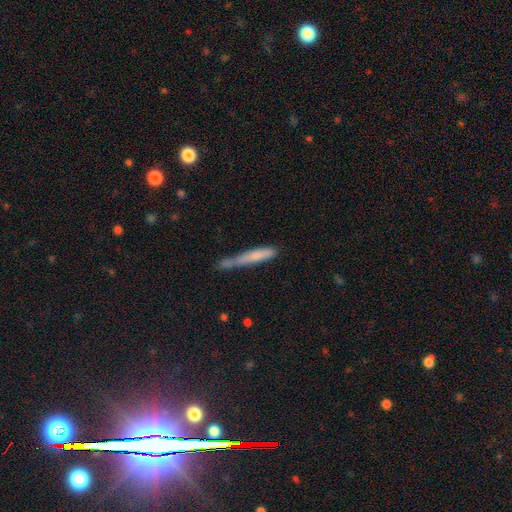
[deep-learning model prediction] Morphology: type=smooth (68%); roundness=cigar-shaped (94%); merging=none (49%).